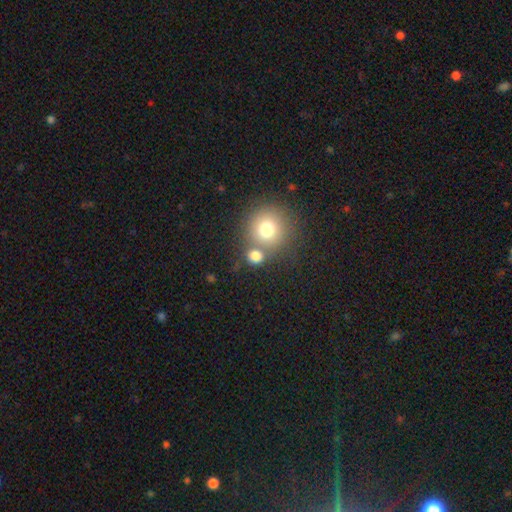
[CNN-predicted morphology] This appears to be a smooth galaxy with no disk features (78%) that is round (84%). Merging: none (57%).